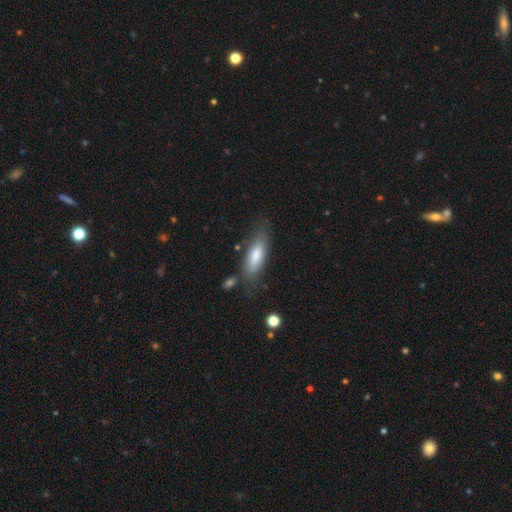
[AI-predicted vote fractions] Smooth or featured?
  - smooth: 76% *
  - featured or disk: 18%
  - star or artifact: 6%
How rounded?
  - in between: 59% *
  - cigar-shaped: 39%
  - round: 2%
Merging?
  - none: 66% *
  - minor disturbance: 21%
  - major disturbance: 8%
  - merger: 6%